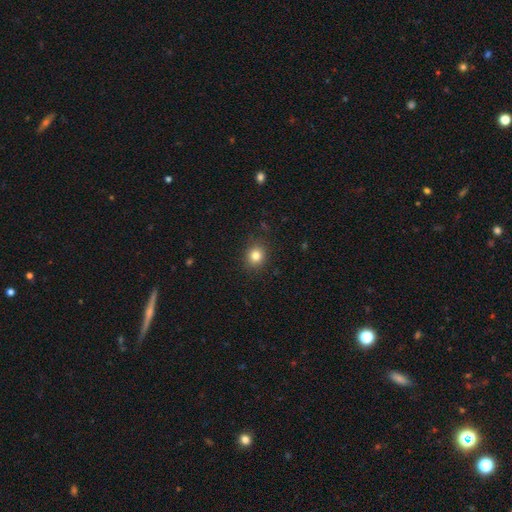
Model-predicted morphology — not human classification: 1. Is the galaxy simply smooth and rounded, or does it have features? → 81% smooth, 12% star or artifact, 7% featured or disk.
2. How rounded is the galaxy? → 76% round, 23% in between, 1% cigar-shaped.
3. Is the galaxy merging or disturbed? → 88% none, 8% minor disturbance, 2% major disturbance, 1% merger.